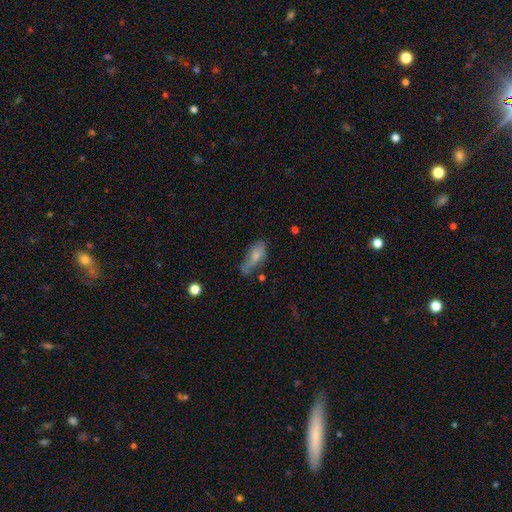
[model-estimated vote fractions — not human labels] This appears to be a smooth galaxy with no disk features (69%) that is in between round and cigar-shaped (84%). Merging: none (46%).